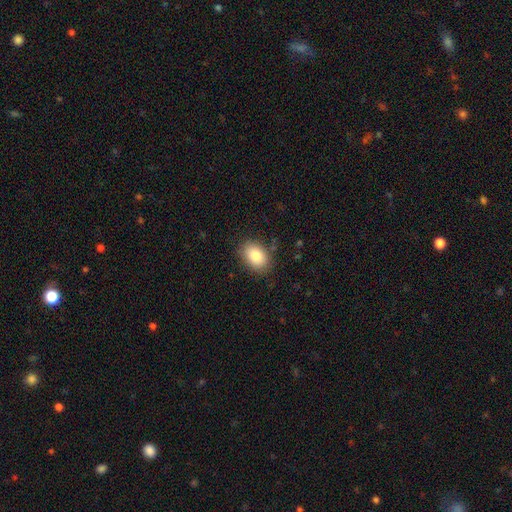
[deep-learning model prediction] A smooth galaxy with no disk features (85%) that is in between round and cigar-shaped (82%).

Vote fractions:
- Smooth or featured? smooth: 85% / star or artifact: 8% / featured or disk: 7%
- How rounded? in between: 82% / round: 17% / cigar-shaped: 1%
- Merging? none: 85% / minor disturbance: 11% / major disturbance: 3% / merger: 1%